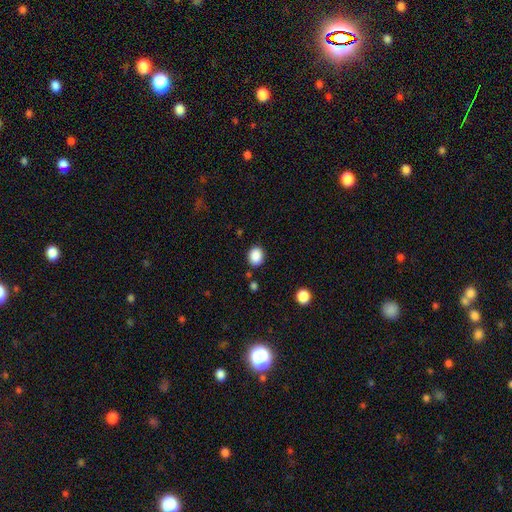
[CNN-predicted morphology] A smooth galaxy with no disk features (88%) that is round (55%).

Vote fractions:
- Smooth or featured? smooth: 88% / star or artifact: 9% / featured or disk: 3%
- How rounded? round: 55% / in between: 44% / cigar-shaped: 1%
- Merging? none: 85% / minor disturbance: 10% / major disturbance: 3% / merger: 3%